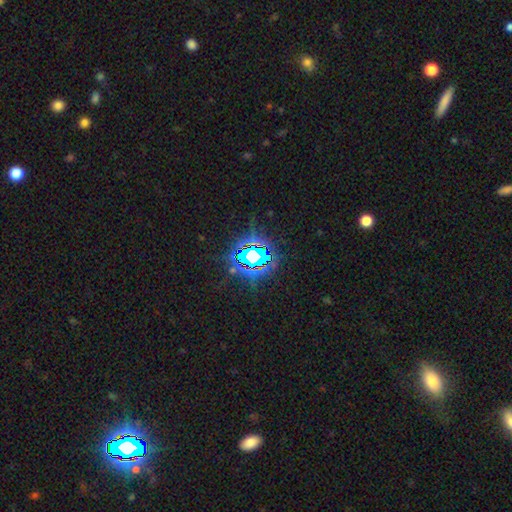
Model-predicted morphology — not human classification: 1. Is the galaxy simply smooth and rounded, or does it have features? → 80% star or artifact, 12% smooth, 8% featured or disk.